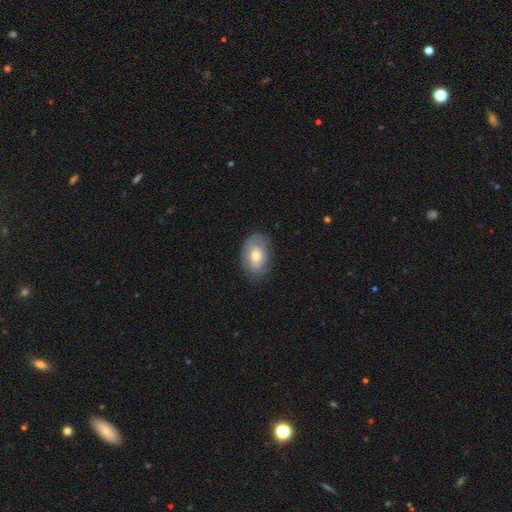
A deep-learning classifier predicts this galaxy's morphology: Overall: smooth (62%; featured or disk 30%). How rounded: in between (80%). Merging: none (75%).